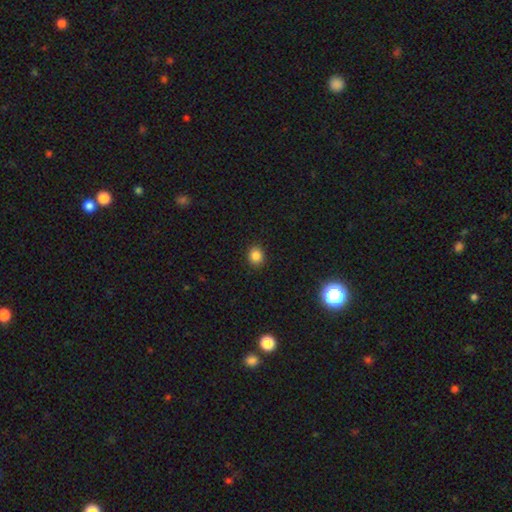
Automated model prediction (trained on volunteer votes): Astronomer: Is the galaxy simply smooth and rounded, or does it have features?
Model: smooth — 85%.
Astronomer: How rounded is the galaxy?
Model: round — 73%.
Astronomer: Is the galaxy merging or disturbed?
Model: none — 90%.